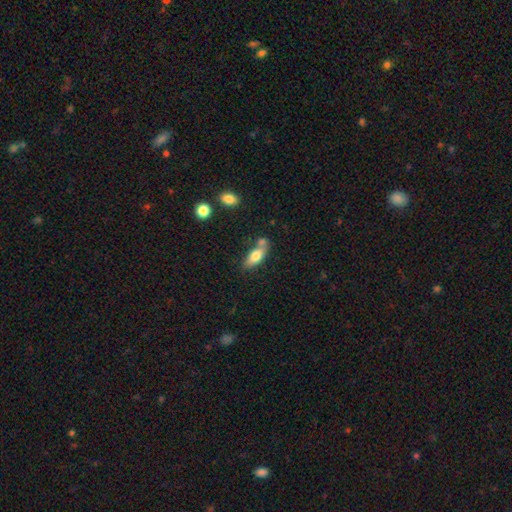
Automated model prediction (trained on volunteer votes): Smooth or featured? Predicted: smooth (p=0.74). How rounded? Predicted: in between (p=0.76). Merging? Predicted: none (p=0.52).